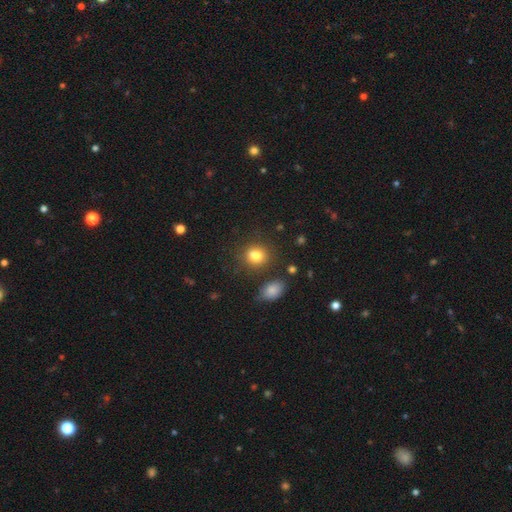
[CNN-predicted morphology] A smooth galaxy with no disk features (82%) that is round (68%). Merging: none (75%).